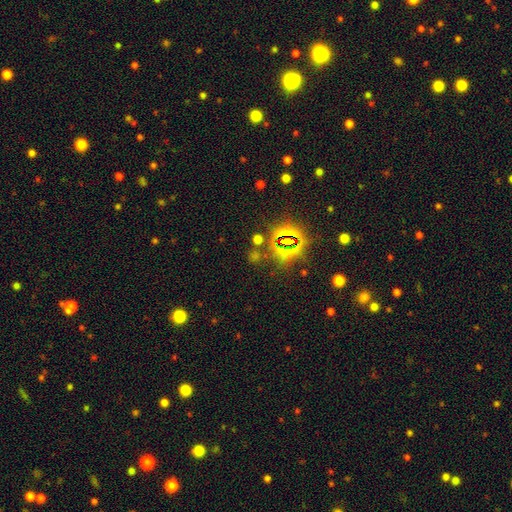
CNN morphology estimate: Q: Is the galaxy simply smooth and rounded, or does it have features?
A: star or artifact — 72%.